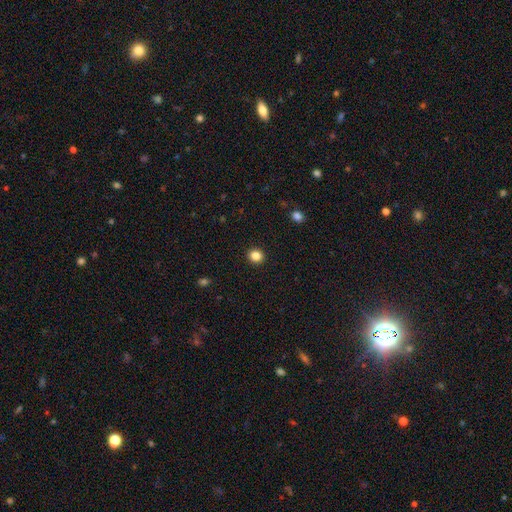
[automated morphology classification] Q: Smooth or featured?
A: smooth (84%); runner-up: star or artifact (11%)
Q: How rounded?
A: round (87%); runner-up: in between (12%)
Q: Merging?
A: none (93%); runner-up: minor disturbance (5%)